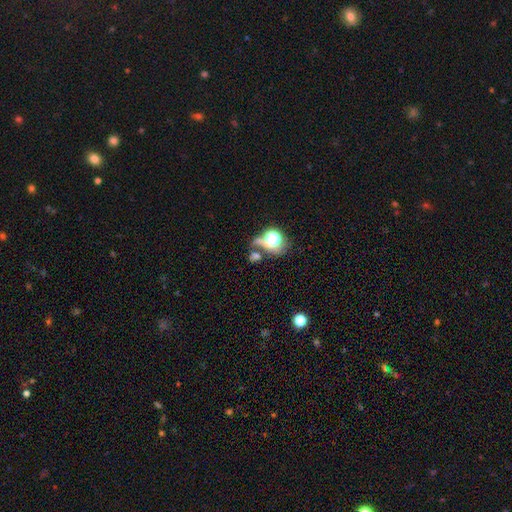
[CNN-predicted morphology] type=smooth (44%); merging=none (48%).